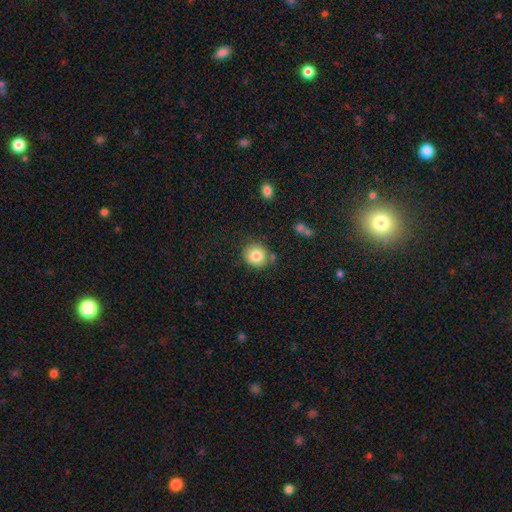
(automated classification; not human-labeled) Overall: smooth (82%). How rounded: round (85%). Merging: none (78%).